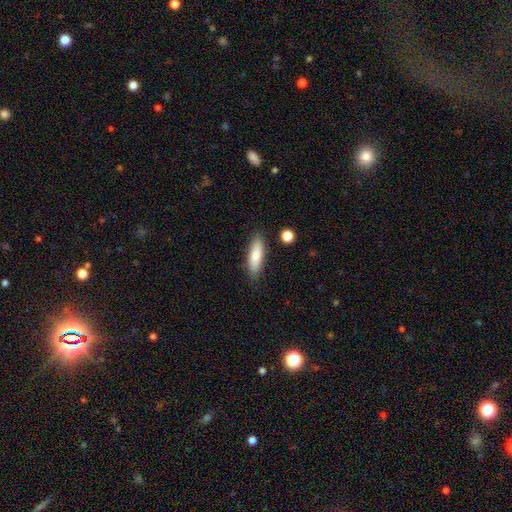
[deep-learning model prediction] Morphology: type=smooth (82%); roundness=cigar-shaped (51%); merging=none (85%).